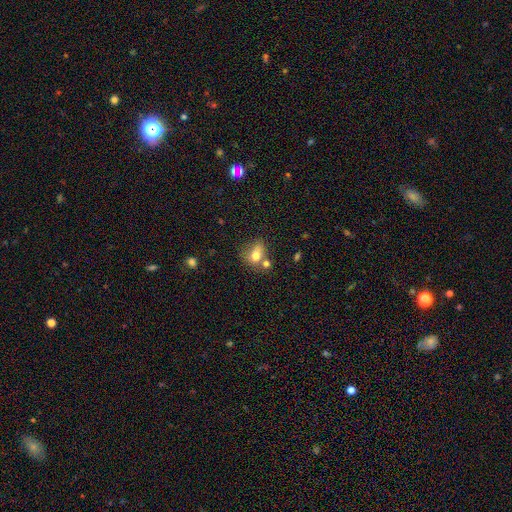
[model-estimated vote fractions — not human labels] This appears to be a smooth galaxy with no disk features (71%) that is in between round and cigar-shaped (50%). Merging: none (36%).